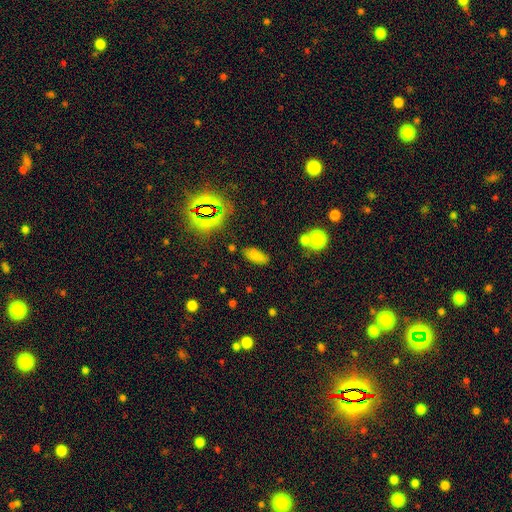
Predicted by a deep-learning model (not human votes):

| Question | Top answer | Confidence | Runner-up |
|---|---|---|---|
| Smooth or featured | smooth | 75% | star or artifact (18%) |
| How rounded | in between | 83% | cigar-shaped (13%) |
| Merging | none | 78% | minor disturbance (13%) |